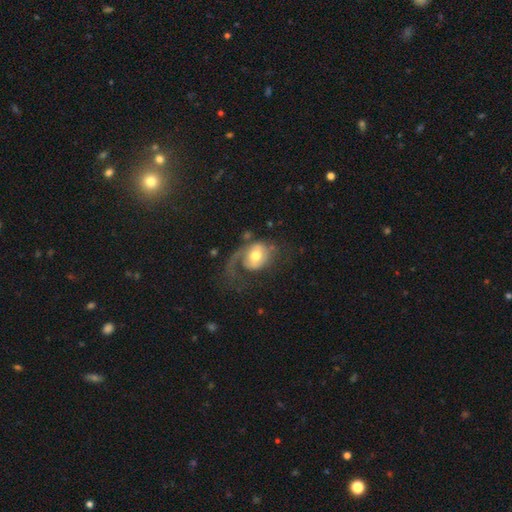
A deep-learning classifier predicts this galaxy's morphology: featured or disk 63%, smooth 31%, star or artifact 7%. Down the decision tree: edge-on disk — no (96%); bar — no (62%); spiral arms — yes (78%); bulge size — moderate (69%); merging — major disturbance (45%).